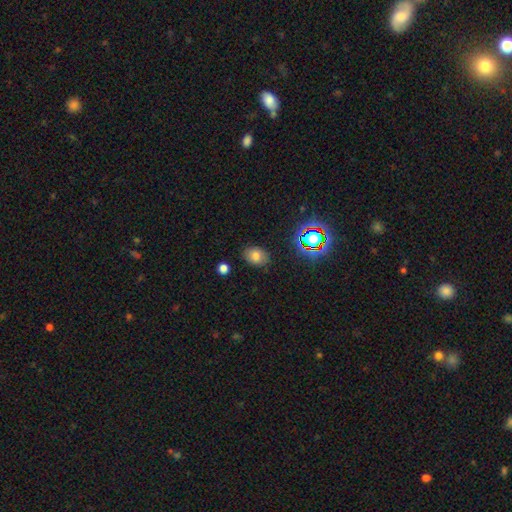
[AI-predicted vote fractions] smooth 75%, star or artifact 16%, featured or disk 9%. Down the decision tree: how rounded — in between (69%); merging — none (83%).